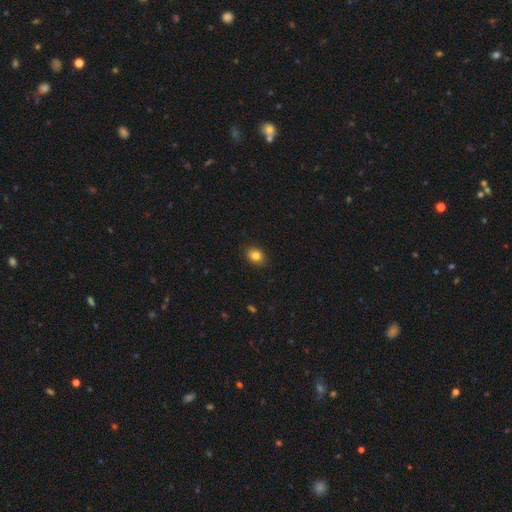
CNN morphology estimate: smooth-or-featured: smooth: 83% | star or artifact: 10% | featured or disk: 7%
  how-rounded: in between: 60% | round: 39% | cigar-shaped: 1%
  merging: none: 89% | minor disturbance: 8% | major disturbance: 2% | merger: 1%